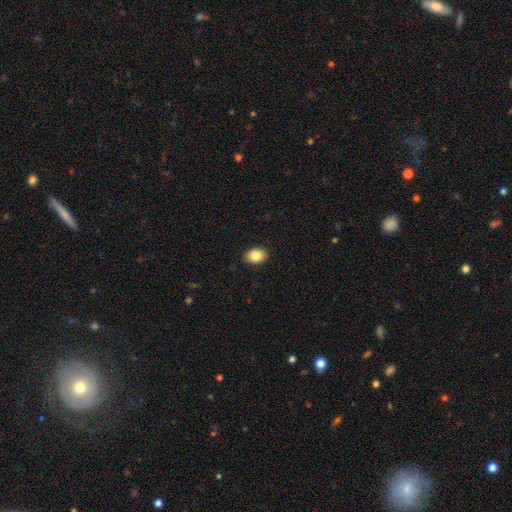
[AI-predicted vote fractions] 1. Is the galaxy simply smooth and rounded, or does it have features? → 85% smooth, 8% star or artifact, 7% featured or disk.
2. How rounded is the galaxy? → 80% in between, 19% round, 1% cigar-shaped.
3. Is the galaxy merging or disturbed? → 90% none, 8% minor disturbance, 2% major disturbance, 1% merger.